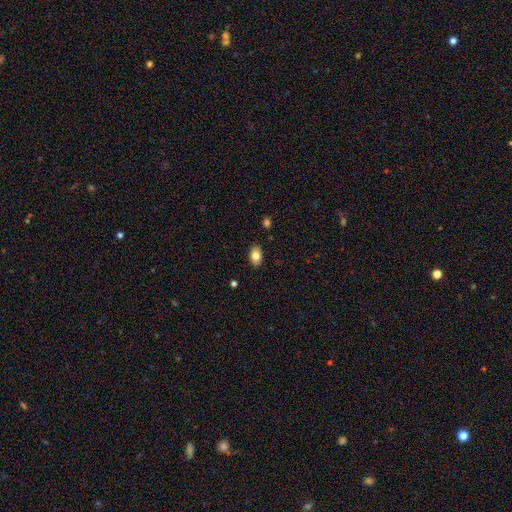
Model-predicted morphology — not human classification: A smooth galaxy with no disk features (81%) that is in between round and cigar-shaped (90%). Merging: none (88%).